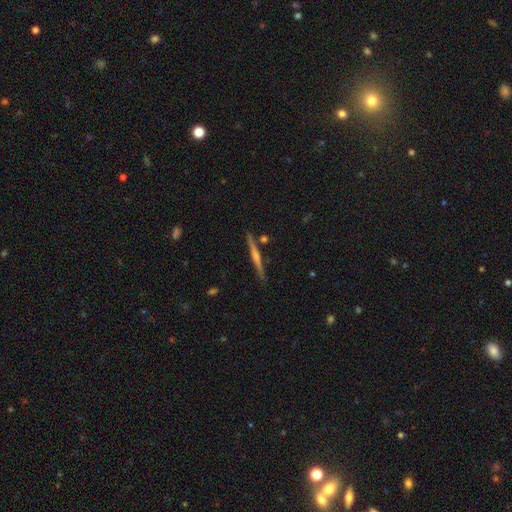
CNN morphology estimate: Smooth or featured?
  - featured or disk: 75% *
  - smooth: 18%
  - star or artifact: 7%
Edge-on disk?
  - yes: 98% *
  - no: 2%
Edge-on bulge?
  - rounded: 69% *
  - none: 21%
  - boxy: 9%
Merging?
  - none: 88% *
  - minor disturbance: 8%
  - merger: 3%
  - major disturbance: 2%